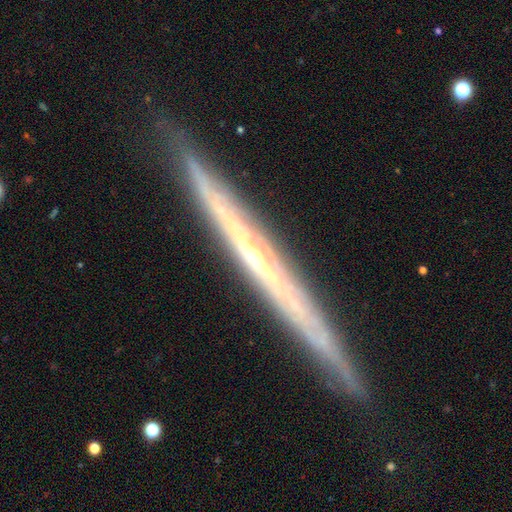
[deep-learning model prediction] This appears to be a featured or disk galaxy (84%) viewed edge-on (96%) with no central bulge (51%). Merging: none (88%).